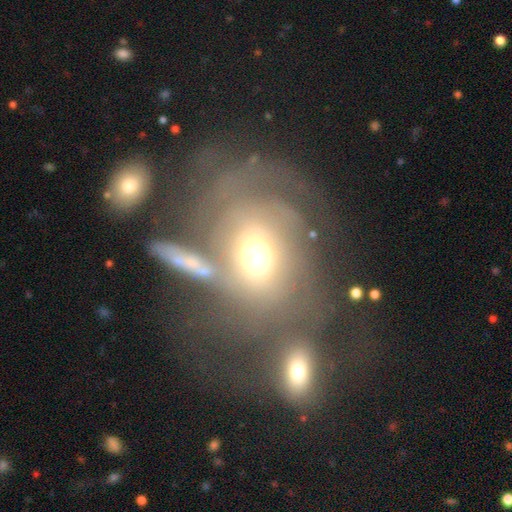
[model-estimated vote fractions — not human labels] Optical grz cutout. It shows a featured or disk galaxy (59%) with no bar (75%), spiral arms (64%) and a moderate central bulge (59%). Merging: none (33%).